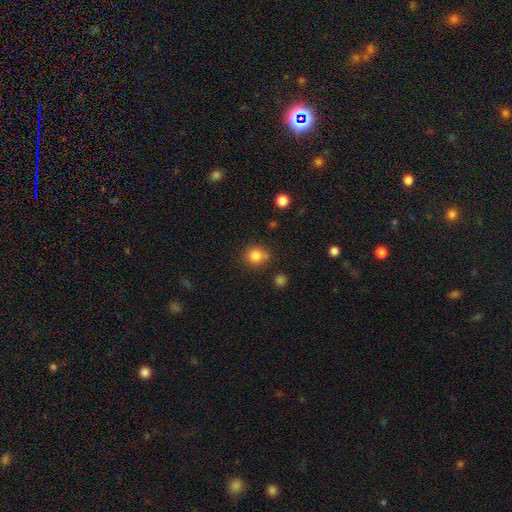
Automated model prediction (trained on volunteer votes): smooth 83%, star or artifact 11%, featured or disk 5%. Down the decision tree: how rounded — round (85%); merging — none (76%).